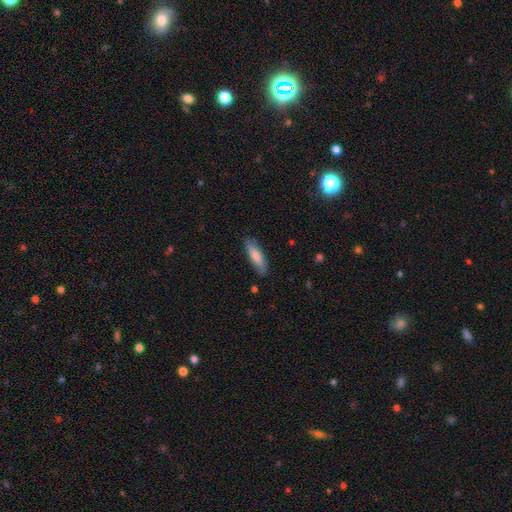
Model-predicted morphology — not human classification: type=smooth (77%); roundness=cigar-shaped (61%); merging=none (83%).